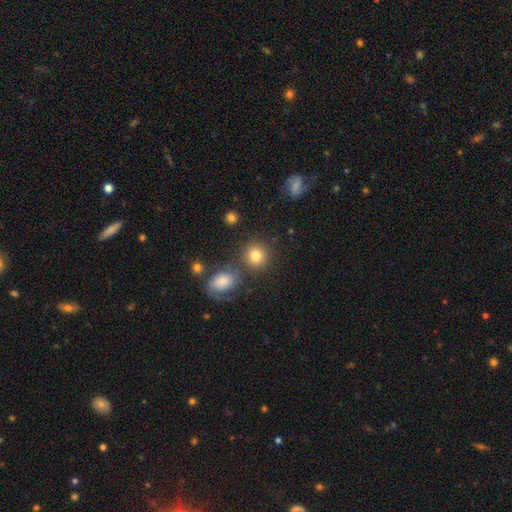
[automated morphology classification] The model was most divided on "merging": none: 78%, merger: 10%, minor disturbance: 8%, major disturbance: 4%. More confident: how rounded — round (88%); smooth or featured — smooth (80%).